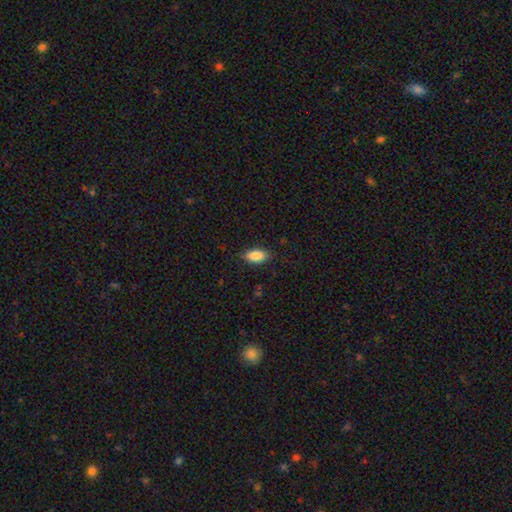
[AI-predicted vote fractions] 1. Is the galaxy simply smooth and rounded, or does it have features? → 85% smooth, 7% featured or disk, 7% star or artifact.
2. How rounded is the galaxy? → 89% in between, 7% cigar-shaped, 4% round.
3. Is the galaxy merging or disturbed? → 83% none, 14% minor disturbance, 3% major disturbance, 1% merger.